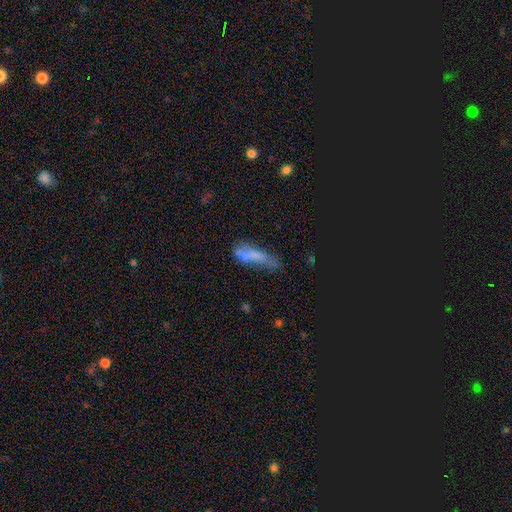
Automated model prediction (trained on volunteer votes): smooth 57%, featured or disk 29%, star or artifact 13%. Down the decision tree: how rounded — cigar-shaped (62%); merging — none (39%).